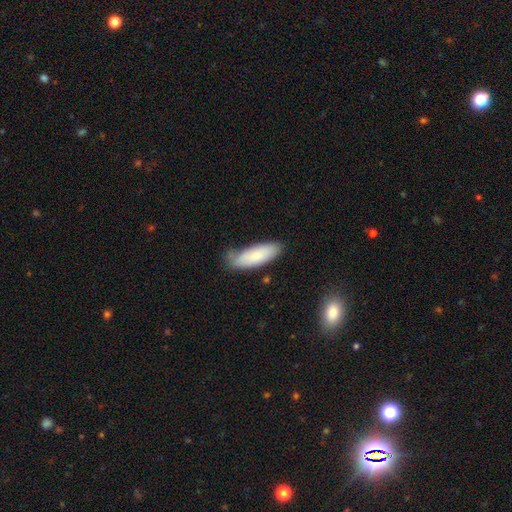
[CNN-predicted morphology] smooth 80%, featured or disk 14%, star or artifact 6%. Down the decision tree: how rounded — in between (60%); merging — none (64%).